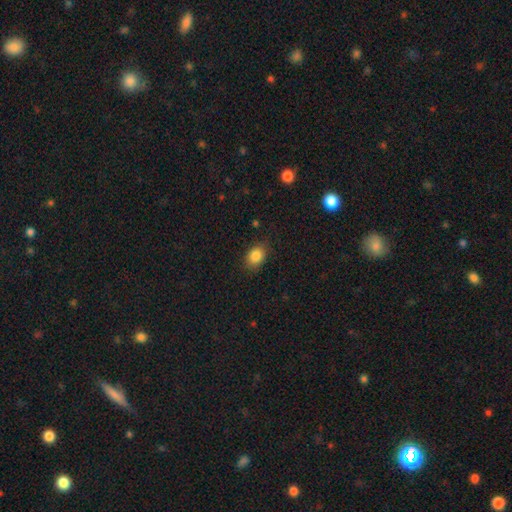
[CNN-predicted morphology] Smooth or featured? Predicted: smooth (p=0.85). How rounded? Predicted: in between (p=0.72). Merging? Predicted: none (p=0.81).